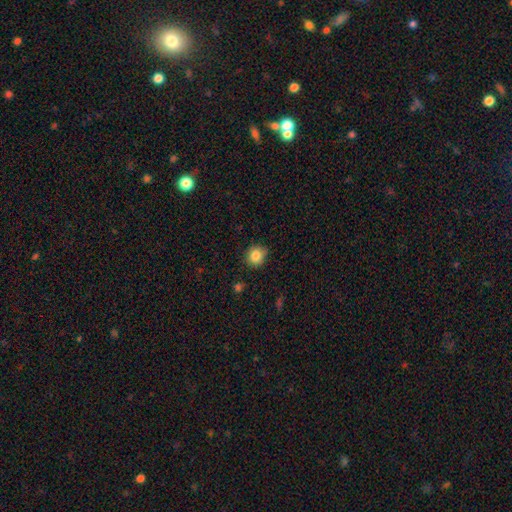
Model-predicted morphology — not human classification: smooth_or_featured: smooth (p=0.84) [alt: star or artifact p=0.10]
how_rounded: round (p=0.80) [alt: in between p=0.19]
merging: none (p=0.83) [alt: minor disturbance p=0.13]